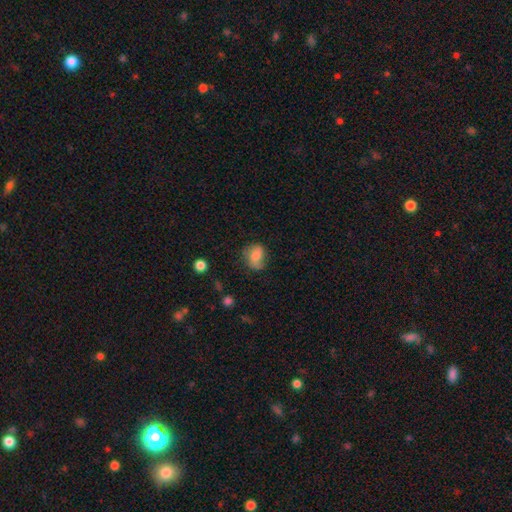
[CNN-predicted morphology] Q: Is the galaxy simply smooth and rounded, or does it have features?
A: smooth — 67%.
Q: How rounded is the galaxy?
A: in between — 56%.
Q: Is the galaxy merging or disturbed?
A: none — 49%.